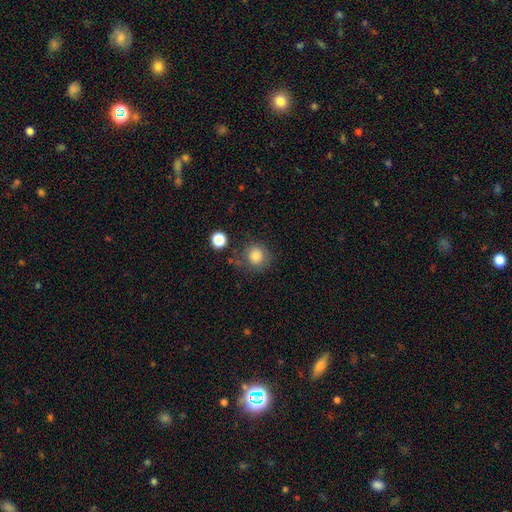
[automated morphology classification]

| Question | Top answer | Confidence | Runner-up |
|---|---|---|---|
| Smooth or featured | smooth | 83% | star or artifact (10%) |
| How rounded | round | 89% | in between (10%) |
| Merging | none | 75% | minor disturbance (14%) |